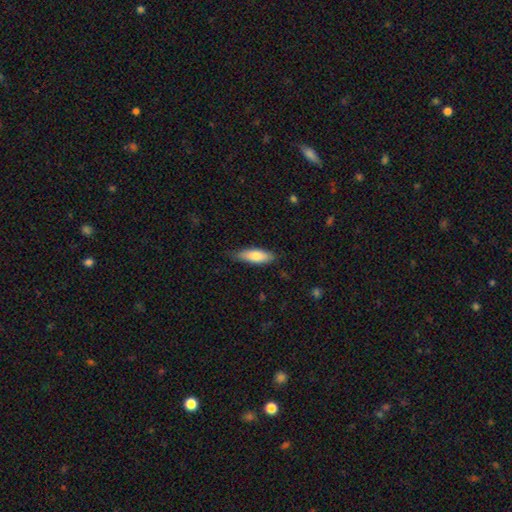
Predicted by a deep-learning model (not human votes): Smooth or featured: smooth — 78% (featured or disk — 16%)
How rounded: in between — 59% (cigar-shaped — 40%)
Merging: none — 78% (minor disturbance — 18%)